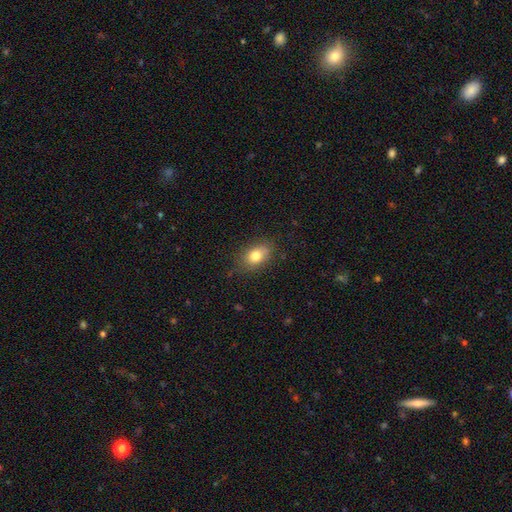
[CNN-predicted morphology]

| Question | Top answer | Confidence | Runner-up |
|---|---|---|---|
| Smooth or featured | smooth | 79% | featured or disk (11%) |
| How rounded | in between | 77% | round (21%) |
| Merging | none | 78% | minor disturbance (16%) |